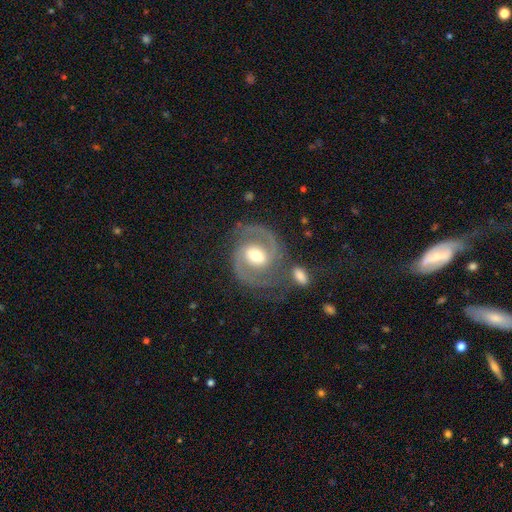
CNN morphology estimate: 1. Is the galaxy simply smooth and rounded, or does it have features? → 90% featured or disk, 5% smooth, 5% star or artifact.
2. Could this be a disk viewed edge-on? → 98% no, 2% yes.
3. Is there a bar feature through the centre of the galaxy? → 49% weak, 27% no, 24% strong.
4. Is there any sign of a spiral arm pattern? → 98% yes, 2% no.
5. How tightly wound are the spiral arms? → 57% medium, 32% tight, 11% loose.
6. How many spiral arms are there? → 93% 2, 2% can't tell, 2% 3, 1% 1, 1% 4, 1% more than 4.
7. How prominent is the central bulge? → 70% moderate, 14% small, 13% large, 1% dominant, 1% none.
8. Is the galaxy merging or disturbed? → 73% none, 13% minor disturbance, 7% merger, 6% major disturbance.